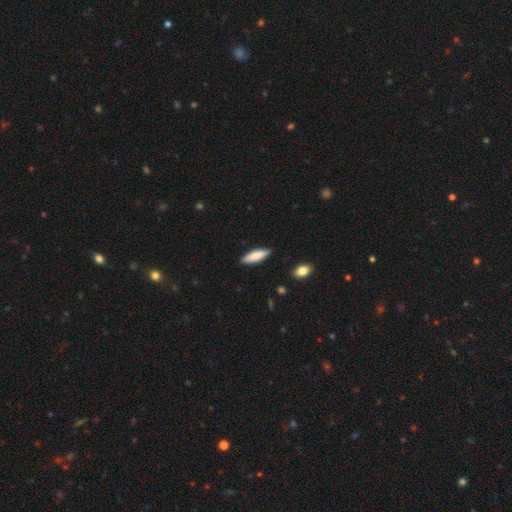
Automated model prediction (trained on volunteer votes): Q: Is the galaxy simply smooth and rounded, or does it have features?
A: smooth — 83%.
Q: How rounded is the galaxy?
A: cigar-shaped — 57%.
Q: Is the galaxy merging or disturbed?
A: none — 88%.